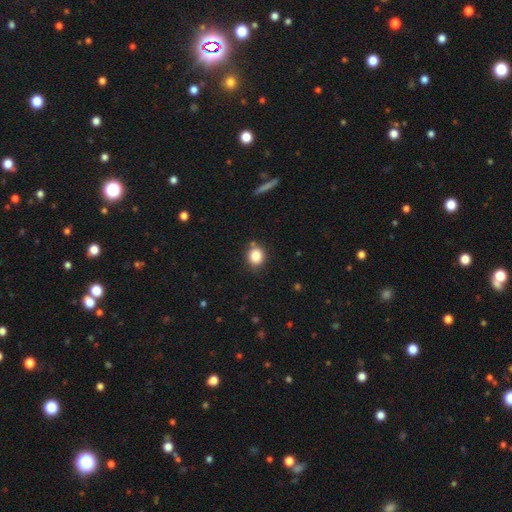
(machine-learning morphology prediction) A smooth galaxy with no disk features (85%) that is round (75%). Merging: none (79%).